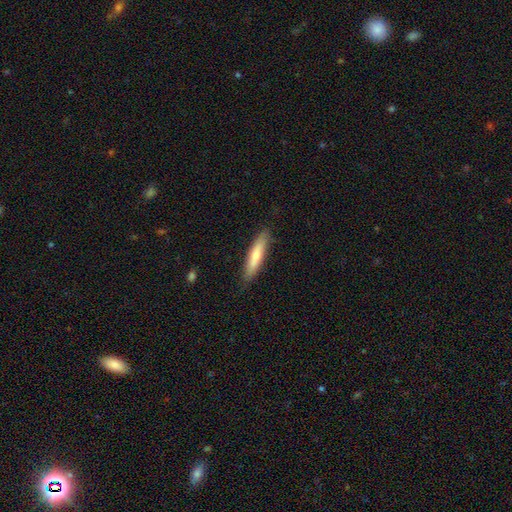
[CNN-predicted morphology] This appears to be a smooth galaxy with no disk features (70%) that is cigar-shaped (85%). Merging: none (86%).